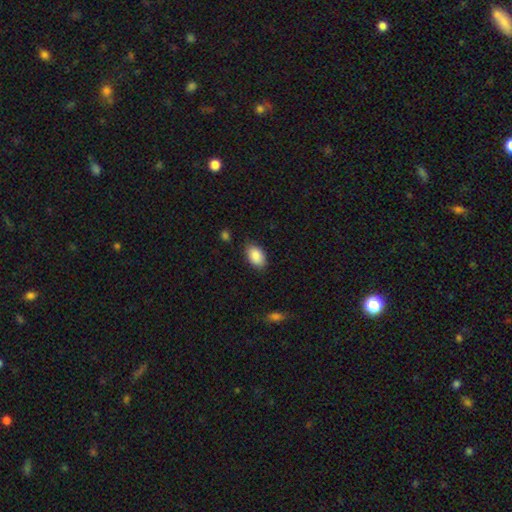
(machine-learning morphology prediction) The model was most divided on "merging": none: 81%, minor disturbance: 14%, major disturbance: 3%, merger: 2%. More confident: how rounded — in between (91%); smooth or featured — smooth (89%).